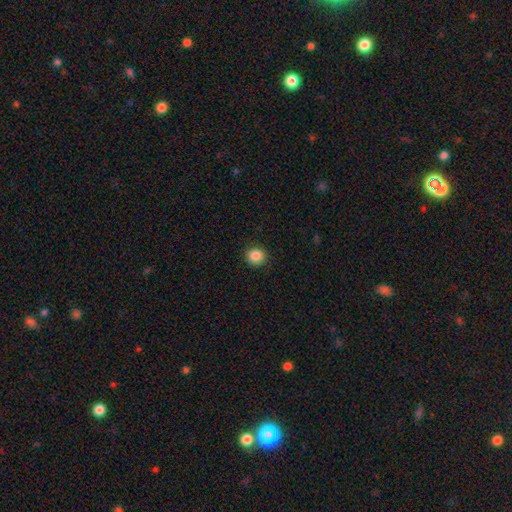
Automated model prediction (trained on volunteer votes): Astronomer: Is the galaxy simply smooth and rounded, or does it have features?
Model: smooth — 87%.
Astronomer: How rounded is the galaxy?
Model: round — 90%.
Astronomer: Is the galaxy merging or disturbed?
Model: none — 90%.